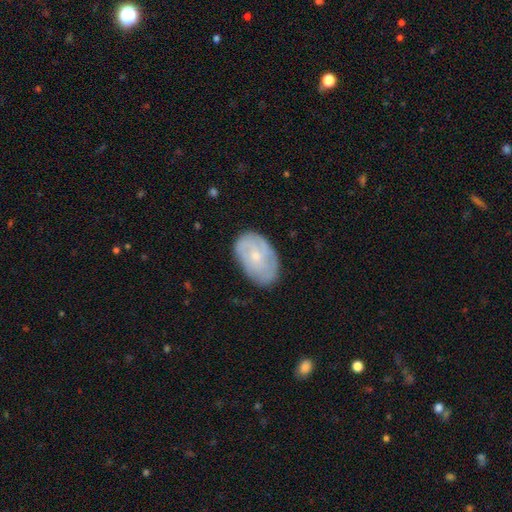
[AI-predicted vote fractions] Smooth or featured: featured or disk — 48% (smooth — 45%)
Merging: none — 74% (minor disturbance — 20%)